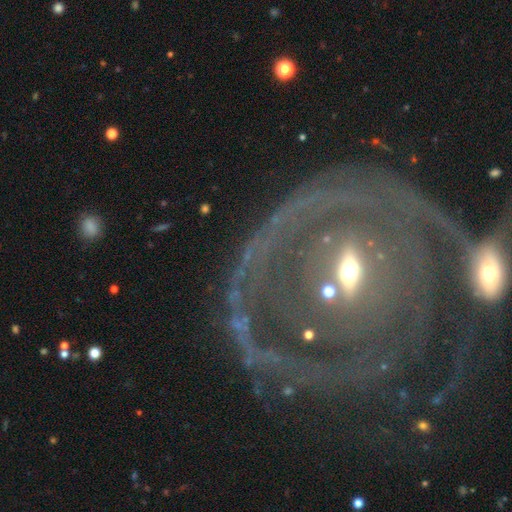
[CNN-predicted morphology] Smooth or featured? Predicted: featured or disk (p=0.75). Edge-on disk? Predicted: no (p=0.92). Bar? Predicted: no (p=0.34). Spiral arms? Predicted: yes (p=0.57). Bulge size? Predicted: moderate (p=0.57). Merging? Predicted: none (p=0.70).